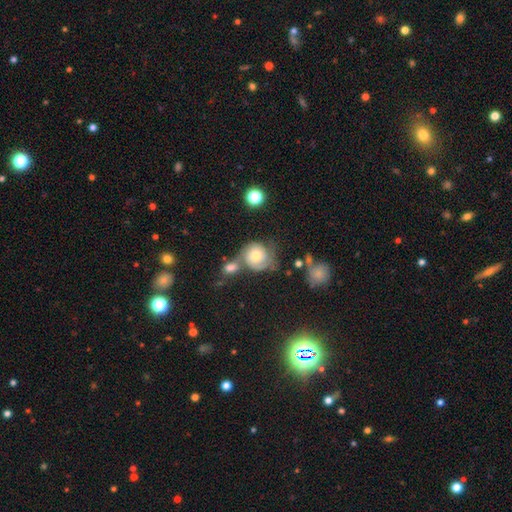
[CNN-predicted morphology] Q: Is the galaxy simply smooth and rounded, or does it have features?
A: featured or disk — 66%.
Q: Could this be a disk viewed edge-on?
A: no — 98%.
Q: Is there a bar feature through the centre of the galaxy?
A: no — 77%.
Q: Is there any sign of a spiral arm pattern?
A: yes — 91%.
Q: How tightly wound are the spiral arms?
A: tight — 51%.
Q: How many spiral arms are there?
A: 2 — 72%.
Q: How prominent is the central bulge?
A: moderate — 61%.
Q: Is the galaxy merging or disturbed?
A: merger — 35%.